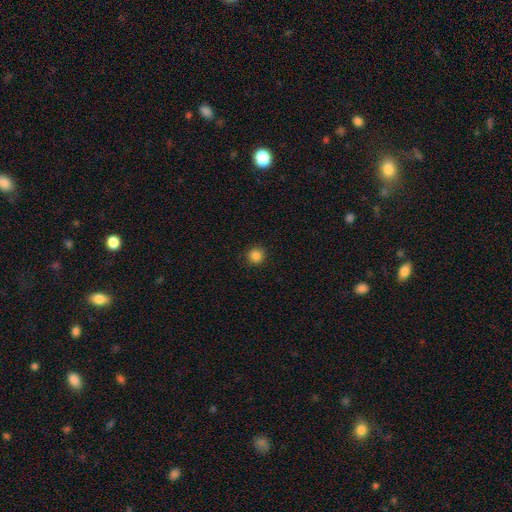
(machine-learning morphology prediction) Smooth or featured: smooth — 85% (star or artifact — 12%)
How rounded: round — 95% (in between — 4%)
Merging: none — 92% (minor disturbance — 6%)